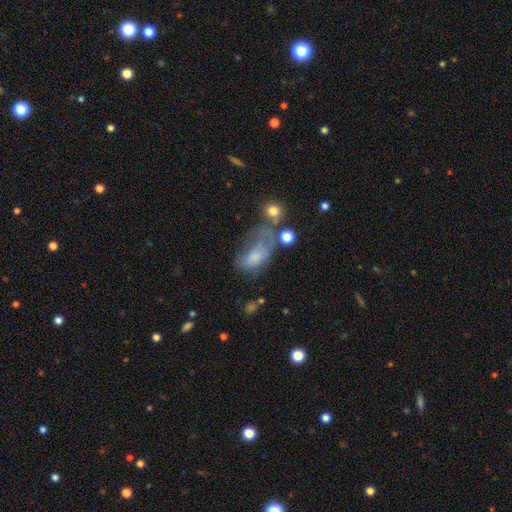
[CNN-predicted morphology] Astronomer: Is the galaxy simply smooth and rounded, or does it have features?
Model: smooth — 61%.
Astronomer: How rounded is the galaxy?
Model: in between — 86%.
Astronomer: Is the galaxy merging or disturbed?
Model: major disturbance — 43% (runner-up: minor disturbance, 22%).